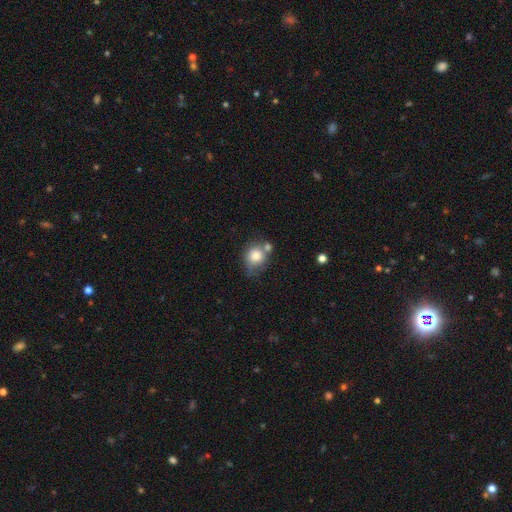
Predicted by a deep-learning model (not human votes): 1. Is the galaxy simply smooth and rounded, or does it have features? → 79% smooth, 12% featured or disk, 9% star or artifact.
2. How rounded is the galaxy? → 74% round, 25% in between, 1% cigar-shaped.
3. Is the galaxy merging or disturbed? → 46% none, 26% merger, 20% minor disturbance, 7% major disturbance.